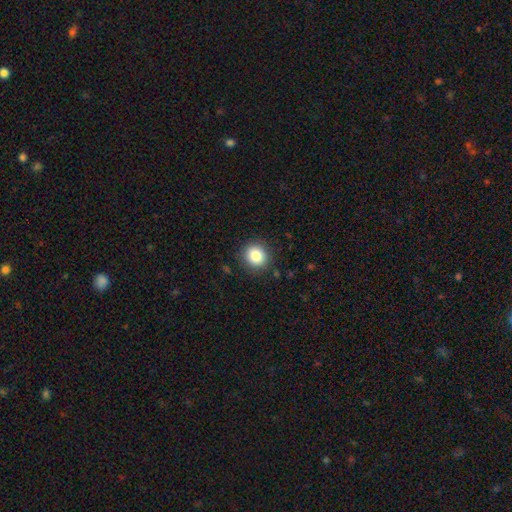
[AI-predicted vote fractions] Overall: smooth (83%). How rounded: round (87%). Merging: none (89%).